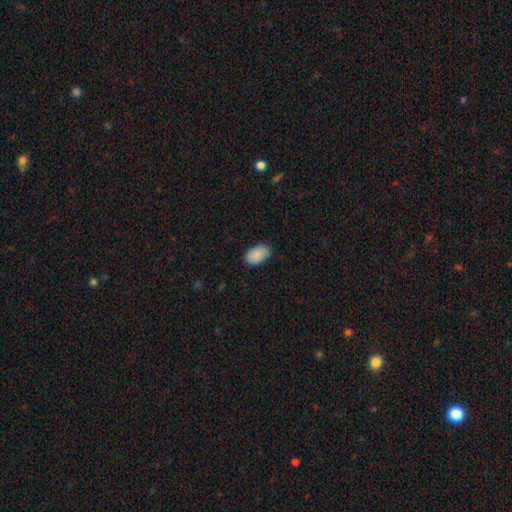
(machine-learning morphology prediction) Smooth or featured?
  - smooth: 88% *
  - star or artifact: 6%
  - featured or disk: 5%
How rounded?
  - in between: 93% *
  - round: 6%
  - cigar-shaped: 1%
Merging?
  - none: 84% *
  - minor disturbance: 13%
  - major disturbance: 2%
  - merger: 1%